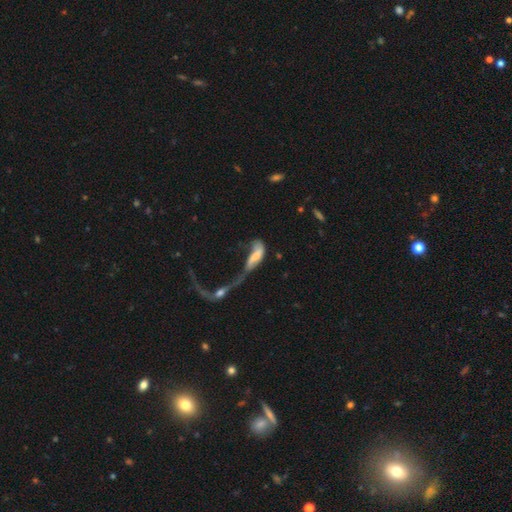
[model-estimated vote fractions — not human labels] Smooth or featured?
  - smooth: 48% *
  - featured or disk: 43%
  - star or artifact: 9%
Merging?
  - merger: 66% *
  - major disturbance: 22%
  - none: 7%
  - minor disturbance: 5%